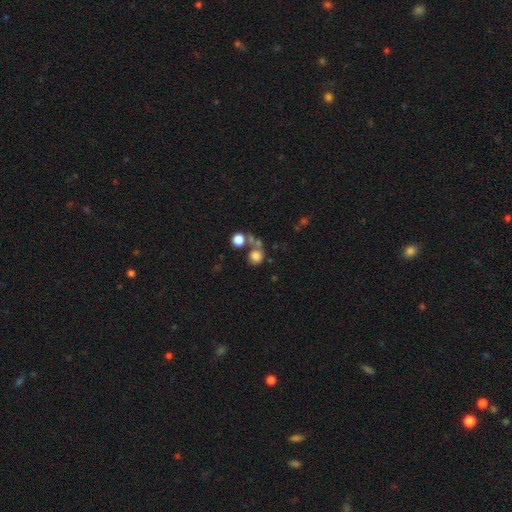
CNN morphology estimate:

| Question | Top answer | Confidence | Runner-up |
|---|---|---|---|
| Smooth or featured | smooth | 78% | star or artifact (13%) |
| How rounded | round | 85% | in between (14%) |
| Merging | none | 52% | merger (30%) |